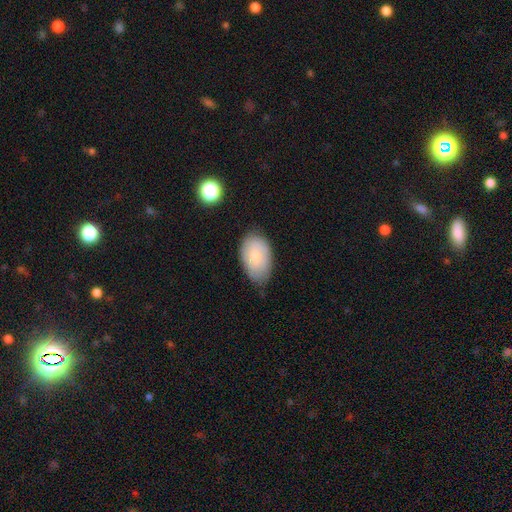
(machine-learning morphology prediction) Smooth or featured?
  - smooth: 72% *
  - featured or disk: 21%
  - star or artifact: 7%
How rounded?
  - in between: 91% *
  - round: 7%
  - cigar-shaped: 1%
Merging?
  - none: 69% *
  - minor disturbance: 25%
  - major disturbance: 4%
  - merger: 2%